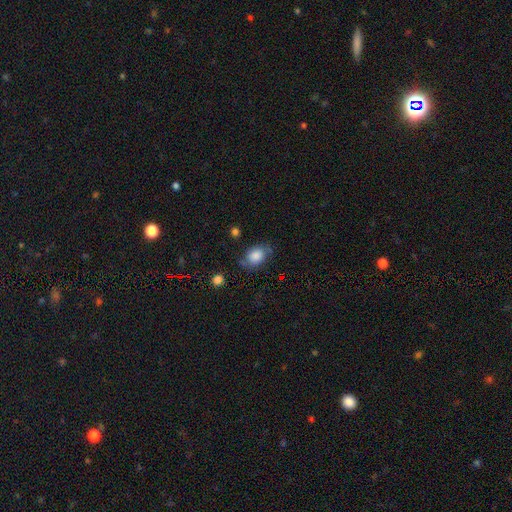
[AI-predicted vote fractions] Smooth or featured?
  - smooth: 76% *
  - featured or disk: 14%
  - star or artifact: 9%
How rounded?
  - in between: 67% *
  - round: 32%
  - cigar-shaped: 2%
Merging?
  - none: 62% *
  - minor disturbance: 26%
  - major disturbance: 9%
  - merger: 3%